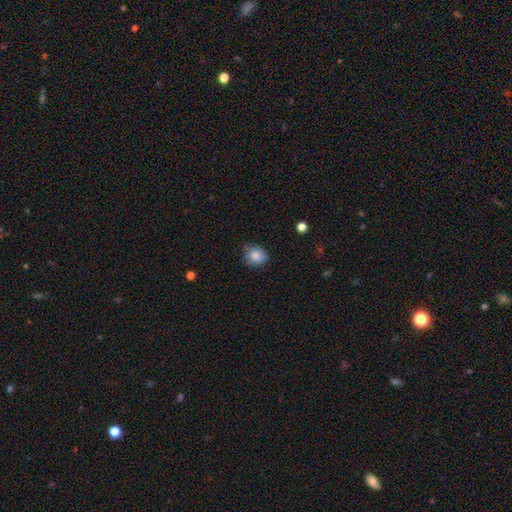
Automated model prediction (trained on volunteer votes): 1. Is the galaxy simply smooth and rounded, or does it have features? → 84% smooth, 9% star or artifact, 7% featured or disk.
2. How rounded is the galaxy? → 73% round, 26% in between, 1% cigar-shaped.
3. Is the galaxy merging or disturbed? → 71% none, 23% minor disturbance, 4% major disturbance, 1% merger.